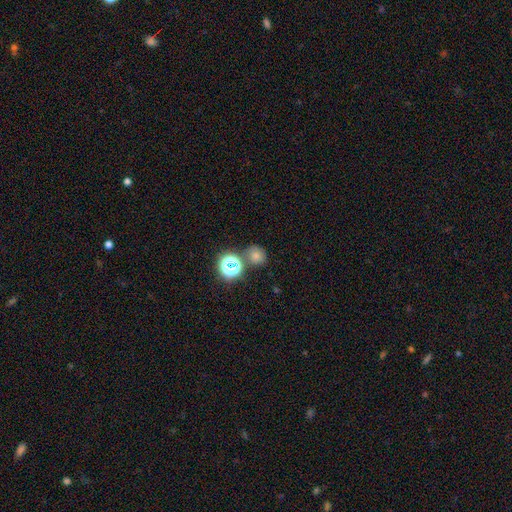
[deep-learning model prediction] Morphology: type=smooth (67%); roundness=round (80%); merging=none (68%).